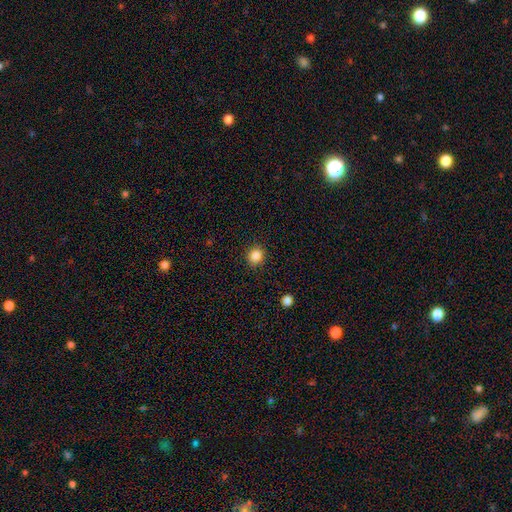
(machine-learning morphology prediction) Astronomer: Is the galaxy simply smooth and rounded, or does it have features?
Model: smooth — 86%.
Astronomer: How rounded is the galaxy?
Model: round — 87%.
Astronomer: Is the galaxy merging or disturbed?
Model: none — 90%.